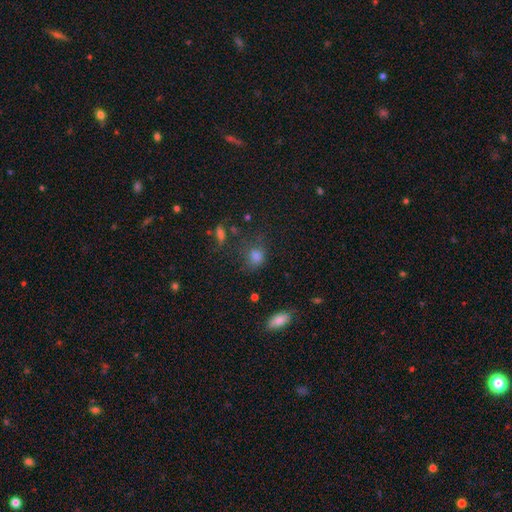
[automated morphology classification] smooth-or-featured: smooth: 76% | star or artifact: 17% | featured or disk: 7%
  how-rounded: round: 62% | in between: 36% | cigar-shaped: 2%
  merging: none: 62% | minor disturbance: 21% | major disturbance: 11% | merger: 6%